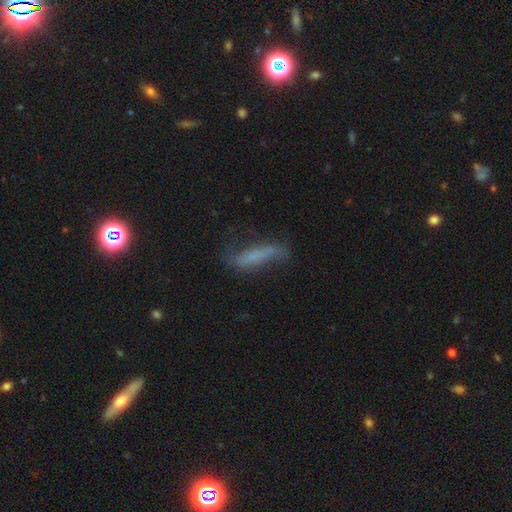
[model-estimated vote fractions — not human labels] This is possibly a smooth galaxy (49%). Merging: possibly none (52%).